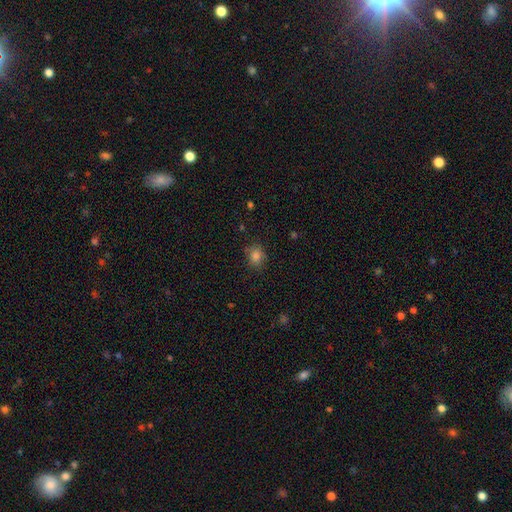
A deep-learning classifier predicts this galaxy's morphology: Smooth or featured? Predicted: smooth (p=0.81). How rounded? Predicted: round (p=0.58). Merging? Predicted: none (p=0.79).